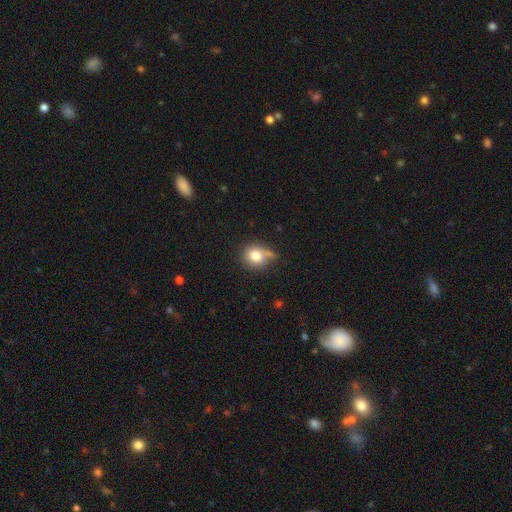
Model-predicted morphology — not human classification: A smooth galaxy with no disk features (78%) that is round (77%).

Vote fractions:
- Smooth or featured? smooth: 78% / featured or disk: 12% / star or artifact: 10%
- How rounded? round: 77% / in between: 22% / cigar-shaped: 1%
- Merging? none: 54% / minor disturbance: 25% / merger: 11% / major disturbance: 10%